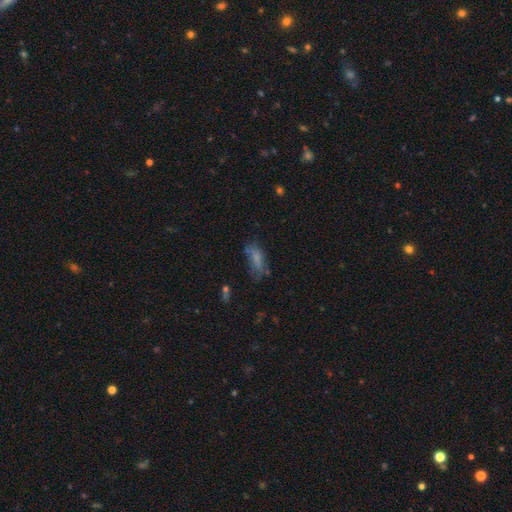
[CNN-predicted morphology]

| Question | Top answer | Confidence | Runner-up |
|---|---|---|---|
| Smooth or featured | smooth | 54% | featured or disk (25%) |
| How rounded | in between | 65% | cigar-shaped (31%) |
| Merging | none | 57% | minor disturbance (24%) |